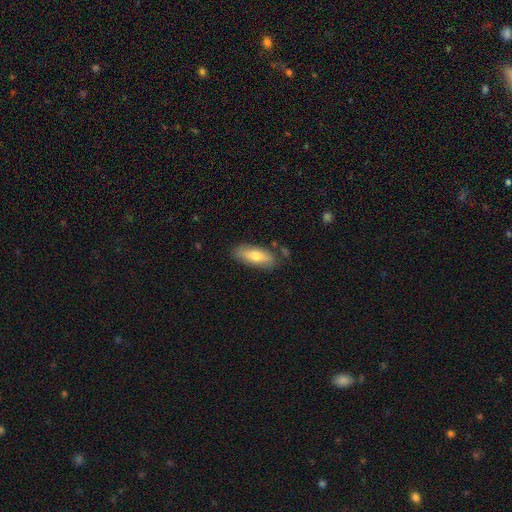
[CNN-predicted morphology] type=smooth (70%); roundness=in between (71%); merging=none (77%).